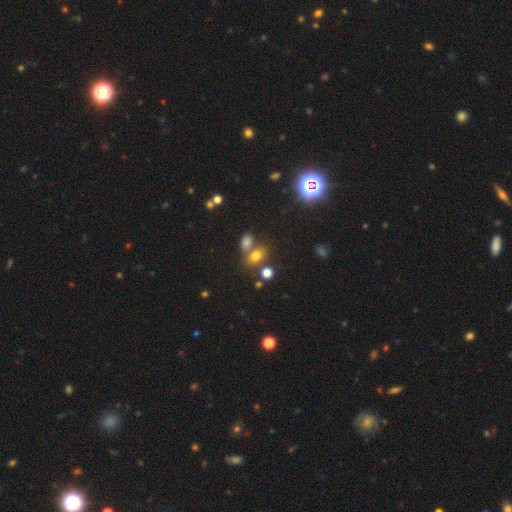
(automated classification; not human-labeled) Smooth or featured? Predicted: smooth (p=0.70). How rounded? Predicted: in between (p=0.72). Merging? Predicted: none (p=0.52).